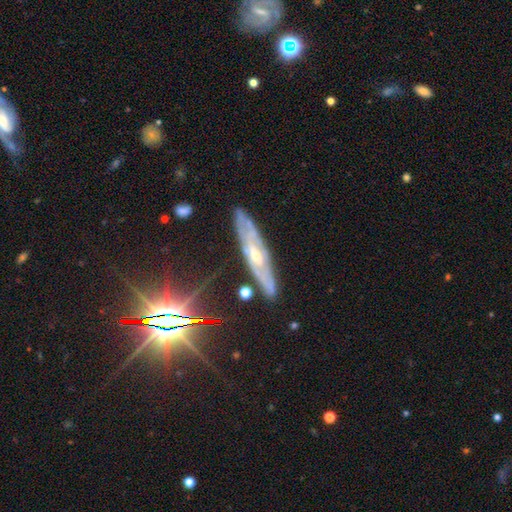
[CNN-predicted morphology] This is likely a featured or disk galaxy (72%). It is possibly not viewed edge-on (50%, tied with yes). Merging: likely none (78%).